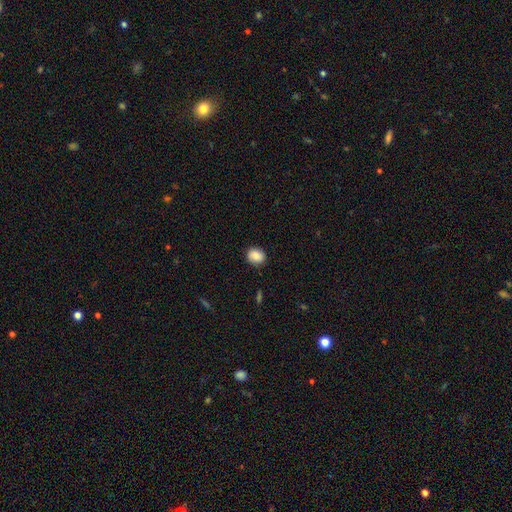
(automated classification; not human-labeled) This is clearly a smooth galaxy (86%). How rounded: likely round (66%). Merging: clearly none (86%).